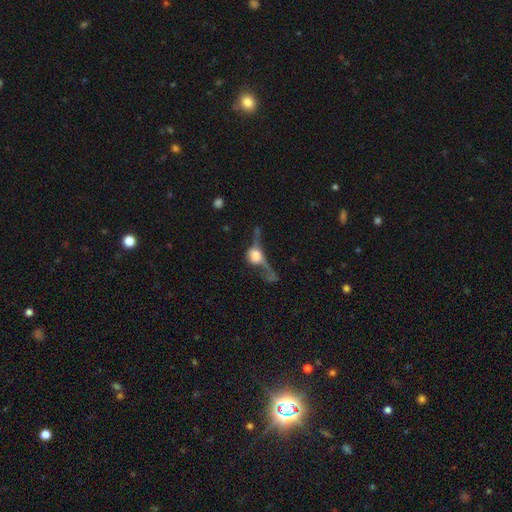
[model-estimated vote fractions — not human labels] Smooth or featured?
  - featured or disk: 49% *
  - smooth: 38%
  - star or artifact: 12%
Merging?
  - major disturbance: 45% *
  - none: 27%
  - minor disturbance: 16%
  - merger: 12%